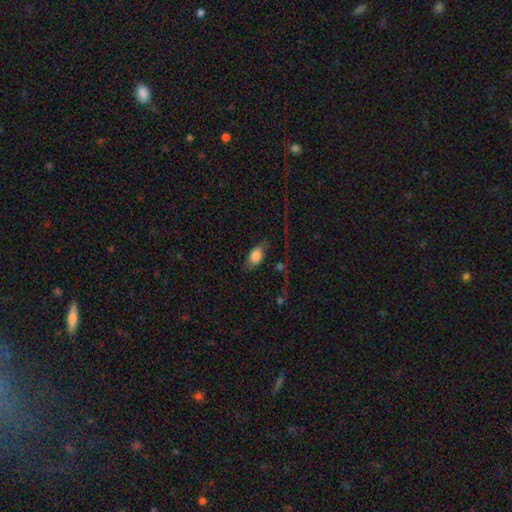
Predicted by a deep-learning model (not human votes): Smooth or featured?
  - smooth: 76% *
  - featured or disk: 15%
  - star or artifact: 9%
How rounded?
  - in between: 88% *
  - round: 8%
  - cigar-shaped: 4%
Merging?
  - none: 54% *
  - minor disturbance: 20%
  - major disturbance: 20%
  - merger: 6%